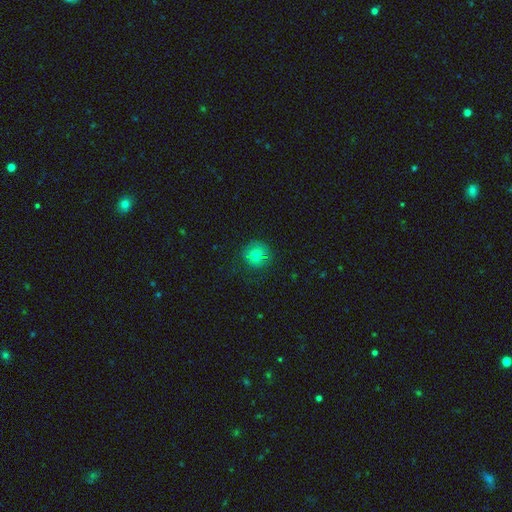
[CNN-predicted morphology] The model was most divided on "smooth or featured": smooth: 71%, star or artifact: 15%, featured or disk: 14%. More confident: how rounded — round (89%); merging — none (76%).